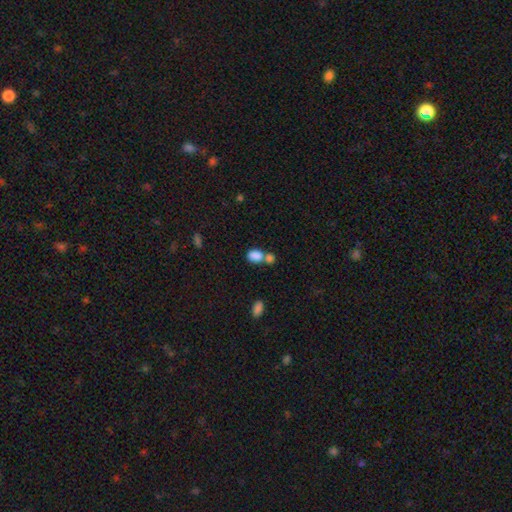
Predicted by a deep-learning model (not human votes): Smooth or featured? smooth (84%)
How rounded? in between (75%)
Merging? merger (53%)